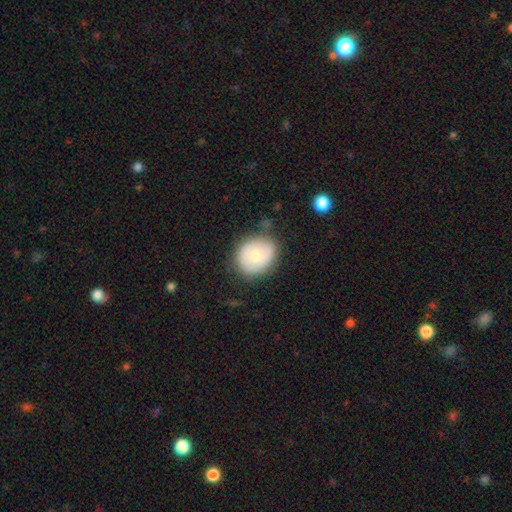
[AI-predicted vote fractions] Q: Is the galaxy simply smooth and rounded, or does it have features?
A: smooth — 62%.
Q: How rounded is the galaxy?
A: round — 66%.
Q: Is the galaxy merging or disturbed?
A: none — 74%.